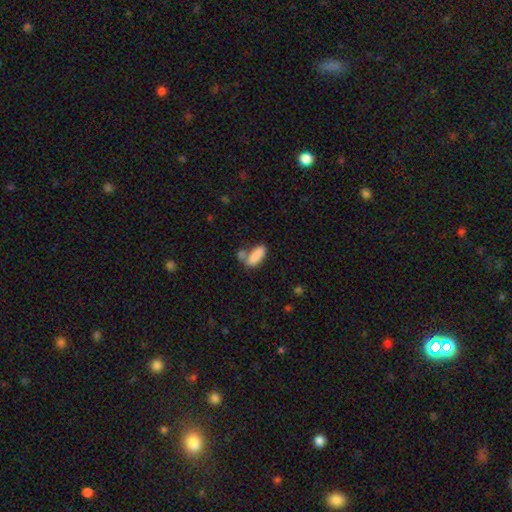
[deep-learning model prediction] A smooth galaxy with no disk features (85%) that is in between round and cigar-shaped (58%).

Vote fractions:
- Smooth or featured? smooth: 85% / featured or disk: 8% / star or artifact: 7%
- How rounded? in between: 58% / cigar-shaped: 40% / round: 2%
- Merging? none: 51% / merger: 28% / minor disturbance: 15% / major disturbance: 6%